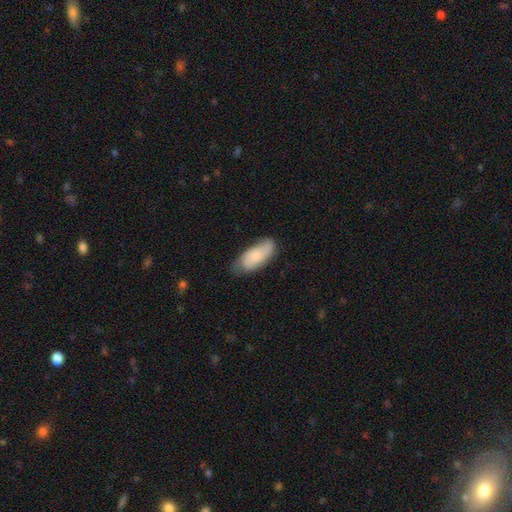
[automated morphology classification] smooth 67%, featured or disk 27%, star or artifact 6%. Down the decision tree: how rounded — in between (83%); merging — none (63%).